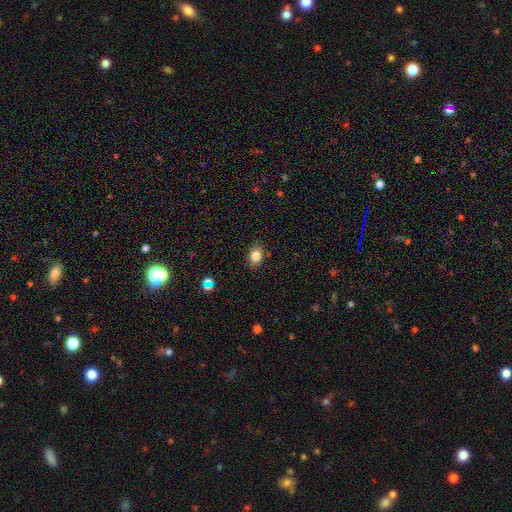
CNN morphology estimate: A smooth galaxy with no disk features (81%) that is in between round and cigar-shaped (62%).

Vote fractions:
- Smooth or featured? smooth: 81% / star or artifact: 10% / featured or disk: 8%
- How rounded? in between: 62% / round: 37% / cigar-shaped: 1%
- Merging? none: 84% / minor disturbance: 12% / major disturbance: 3% / merger: 1%